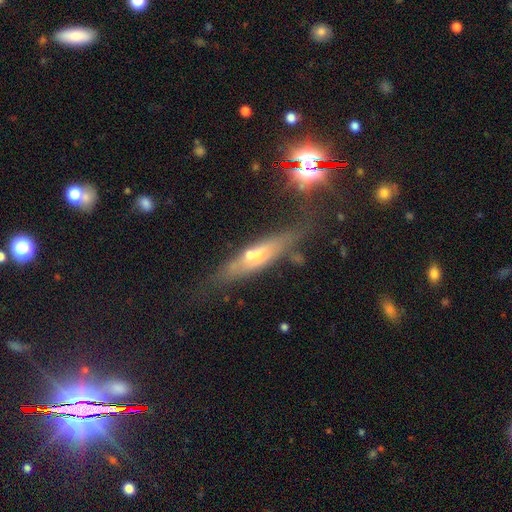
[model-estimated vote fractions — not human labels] A featured or disk galaxy (51%) viewed edge-on (73%). Merging: none (64%).